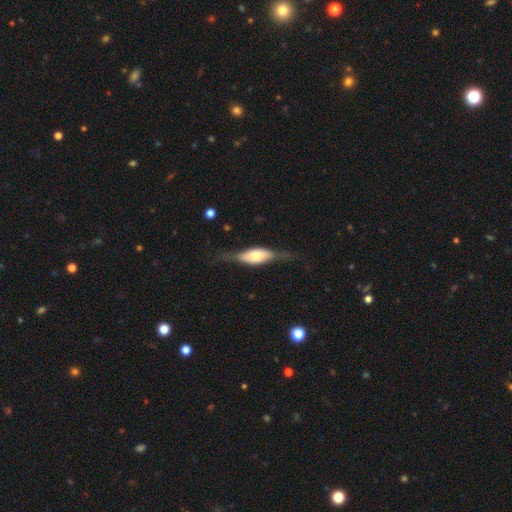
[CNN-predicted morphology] The model was most divided on "smooth or featured": featured or disk: 60%, smooth: 34%, star or artifact: 6%. More confident: edge-on disk — yes (85%); edge-on bulge — rounded (77%); merging — none (68%).